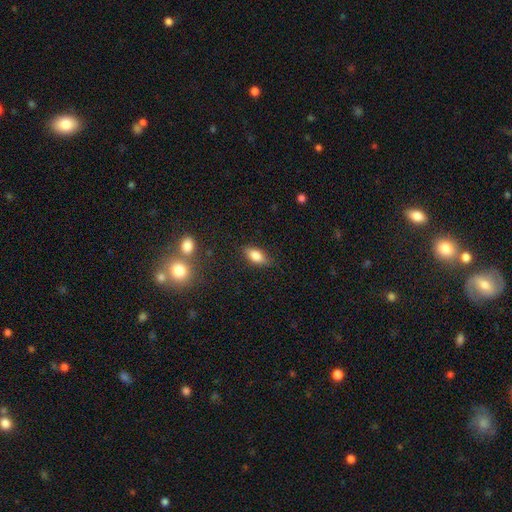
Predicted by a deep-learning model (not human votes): The model was most divided on "smooth or featured": smooth: 80%, featured or disk: 11%, star or artifact: 9%. More confident: how rounded — in between (84%); merging — none (82%).